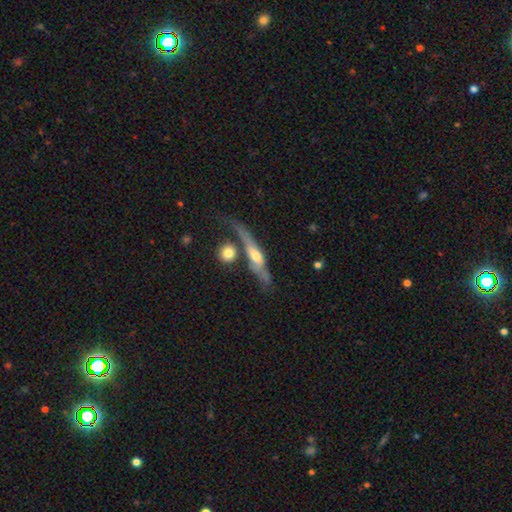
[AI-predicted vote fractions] A featured or disk galaxy (61%) viewed edge-on (73%). Merging: none (44%).